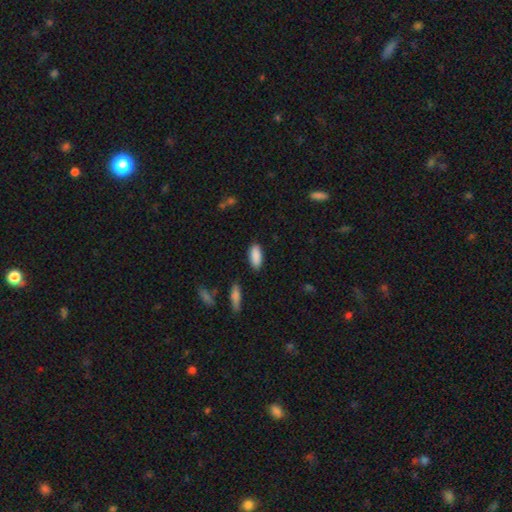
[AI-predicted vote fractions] This appears to be a smooth galaxy with no disk features (89%) that is in between round and cigar-shaped (83%). Merging: none (86%).